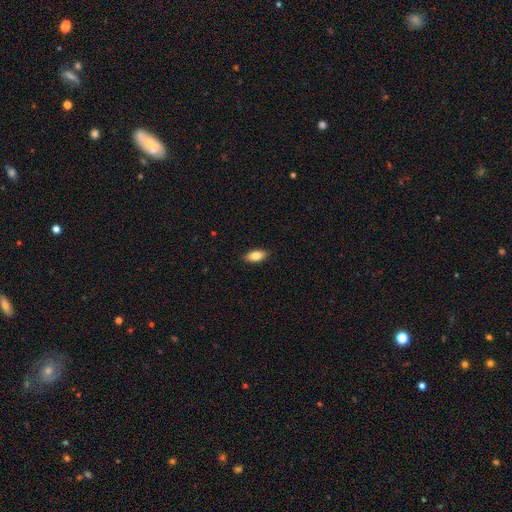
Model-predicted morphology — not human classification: The model was most divided on "smooth or featured": smooth: 83%, featured or disk: 10%, star or artifact: 7%. More confident: how rounded — in between (90%); merging — none (89%).